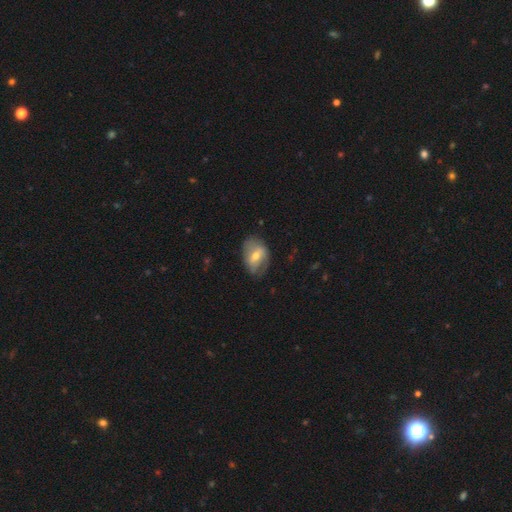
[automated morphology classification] Q: Smooth or featured?
A: featured or disk (54%); runner-up: smooth (39%)
Q: Edge-on disk?
A: no (93%); runner-up: yes (7%)
Q: Merging?
A: none (63%); runner-up: minor disturbance (26%)